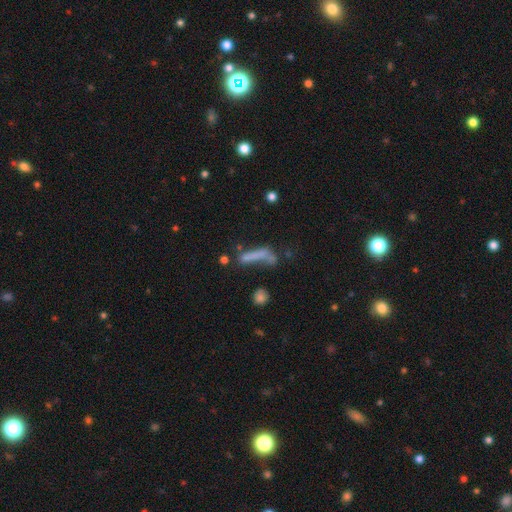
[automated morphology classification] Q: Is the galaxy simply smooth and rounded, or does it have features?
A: smooth — 57%.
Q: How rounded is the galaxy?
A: cigar-shaped — 77%.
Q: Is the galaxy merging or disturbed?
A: none — 39%.